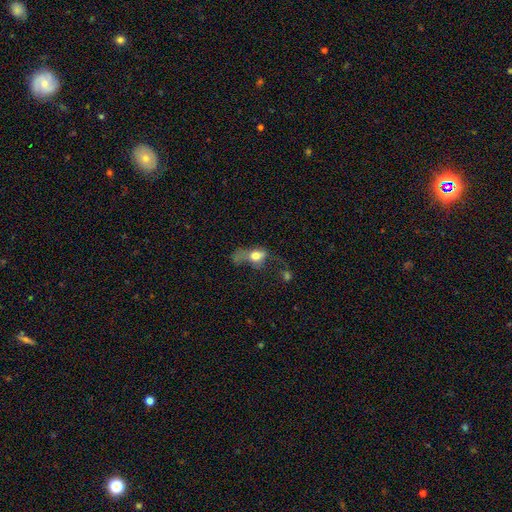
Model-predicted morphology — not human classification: Smooth or featured?
  - smooth: 63% *
  - featured or disk: 27%
  - star or artifact: 11%
How rounded?
  - in between: 68% *
  - round: 27%
  - cigar-shaped: 5%
Merging?
  - major disturbance: 53% *
  - none: 19%
  - minor disturbance: 17%
  - merger: 12%